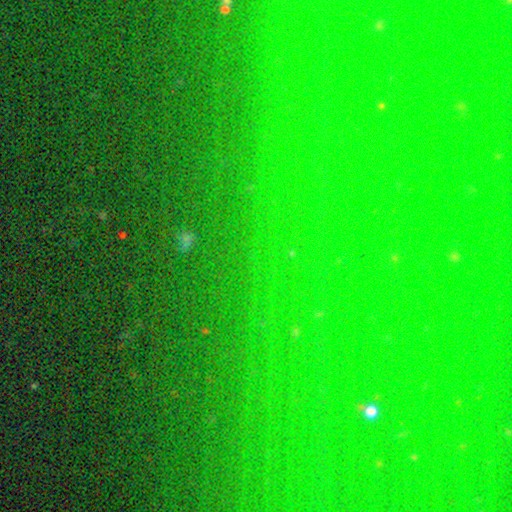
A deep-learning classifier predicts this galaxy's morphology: star or artifact 82%, smooth 10%, featured or disk 7%.